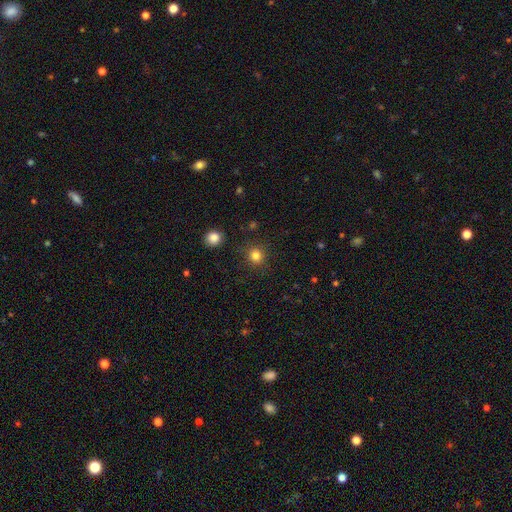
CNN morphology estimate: Smooth or featured? Predicted: smooth (p=0.82). How rounded? Predicted: round (p=0.92). Merging? Predicted: none (p=0.89).